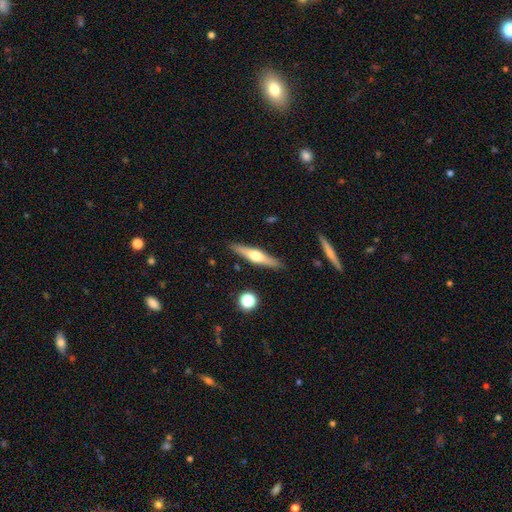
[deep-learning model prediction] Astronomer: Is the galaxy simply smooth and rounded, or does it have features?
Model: featured or disk — 62%.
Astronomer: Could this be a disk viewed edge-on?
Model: yes — 96%.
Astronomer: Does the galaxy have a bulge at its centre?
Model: rounded — 93%.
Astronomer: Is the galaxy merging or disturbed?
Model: none — 89%.